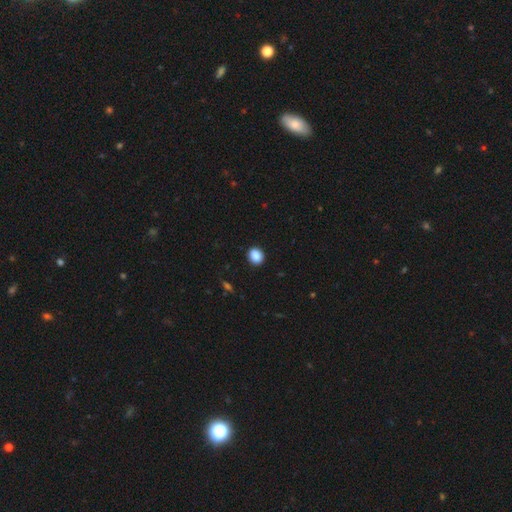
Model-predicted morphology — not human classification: smooth-or-featured: smooth: 88% | star or artifact: 9% | featured or disk: 3%
  how-rounded: round: 65% | in between: 34% | cigar-shaped: 1%
  merging: none: 90% | minor disturbance: 7% | major disturbance: 2% | merger: 1%